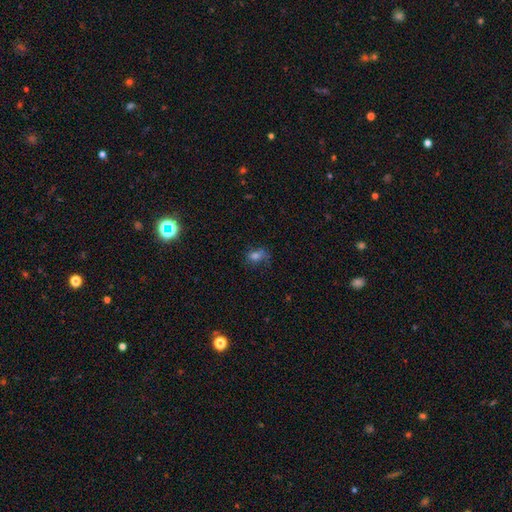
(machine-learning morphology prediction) A smooth galaxy with no disk features (63%) that is in between round and cigar-shaped (67%). Merging: none (53%).